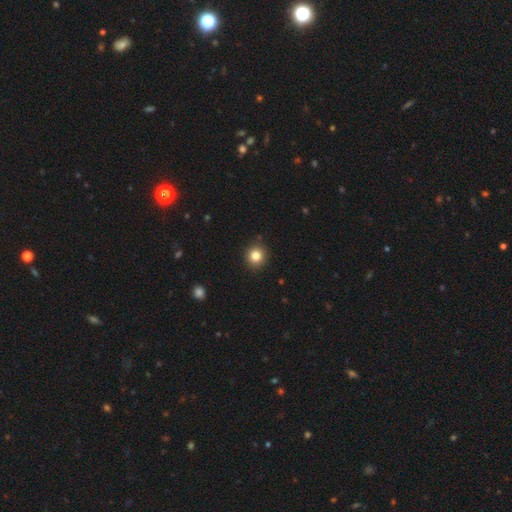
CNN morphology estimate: Smooth or featured? Predicted: smooth (p=0.84). How rounded? Predicted: round (p=0.89). Merging? Predicted: none (p=0.90).